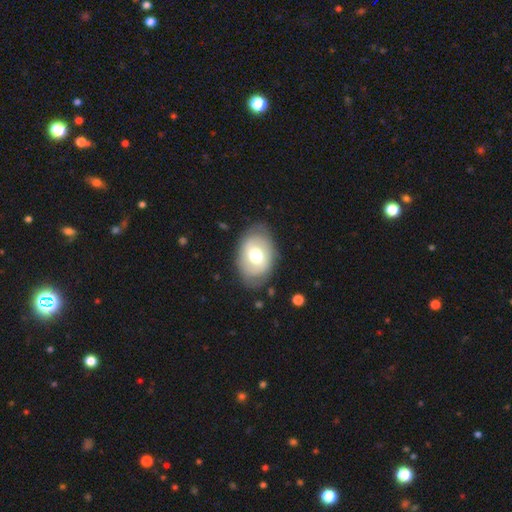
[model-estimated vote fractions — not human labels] Smooth or featured: smooth — 52% (featured or disk — 42%)
How rounded: in between — 78% (round — 21%)
Merging: none — 76% (minor disturbance — 17%)